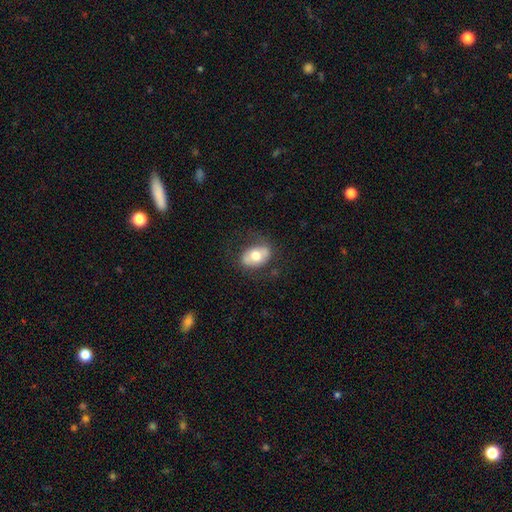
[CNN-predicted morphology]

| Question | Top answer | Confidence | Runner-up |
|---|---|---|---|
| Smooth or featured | smooth | 61% | featured or disk (32%) |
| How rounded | in between | 83% | round (16%) |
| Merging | none | 69% | minor disturbance (20%) |